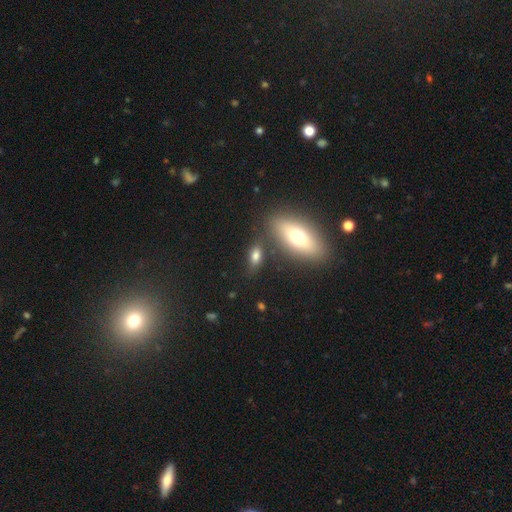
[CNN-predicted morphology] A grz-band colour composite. It shows a smooth galaxy with no disk features (74%) that is in between round and cigar-shaped (79%). Merging: none (68%).